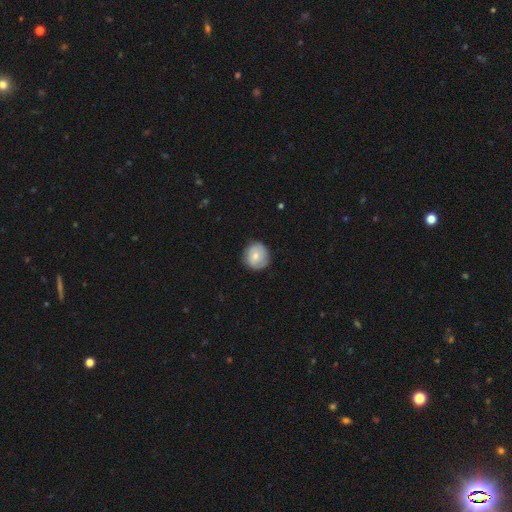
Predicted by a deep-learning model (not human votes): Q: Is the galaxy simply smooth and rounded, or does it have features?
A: smooth — 68%.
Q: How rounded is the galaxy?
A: round — 87%.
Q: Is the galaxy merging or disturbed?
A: none — 80%.